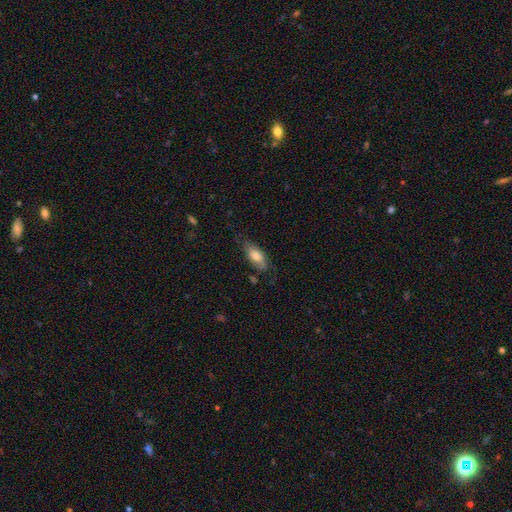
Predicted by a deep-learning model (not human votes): smooth 72%, featured or disk 21%, star or artifact 7%. Down the decision tree: how rounded — in between (81%); merging — none (66%).